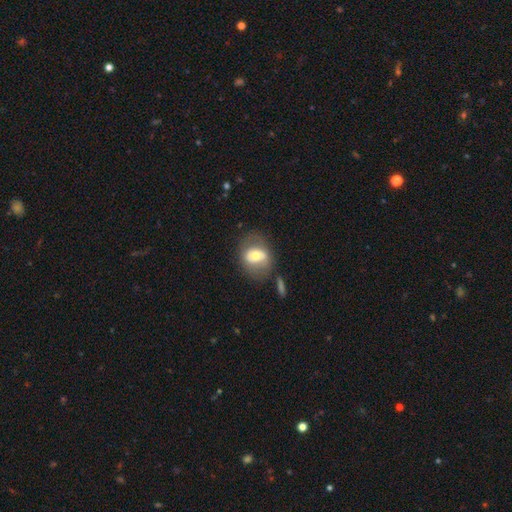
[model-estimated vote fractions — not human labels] Q: Smooth or featured?
A: smooth (54%); runner-up: featured or disk (38%)
Q: How rounded?
A: round (52%); runner-up: in between (46%)
Q: Merging?
A: none (59%); runner-up: minor disturbance (20%)